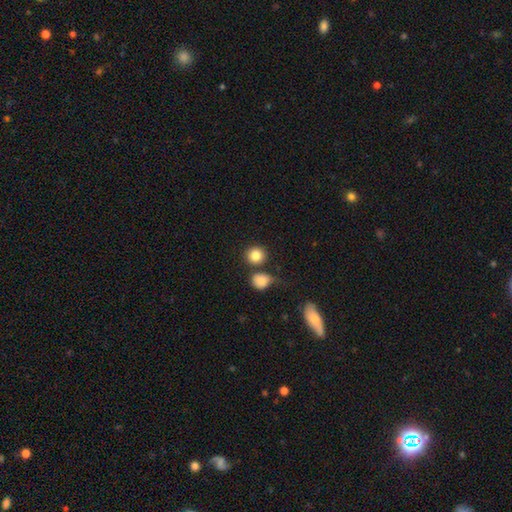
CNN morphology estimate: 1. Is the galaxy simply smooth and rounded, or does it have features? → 85% smooth, 9% star or artifact, 6% featured or disk.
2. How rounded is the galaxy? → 86% round, 13% in between, 1% cigar-shaped.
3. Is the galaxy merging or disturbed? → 72% none, 15% merger, 10% minor disturbance, 4% major disturbance.